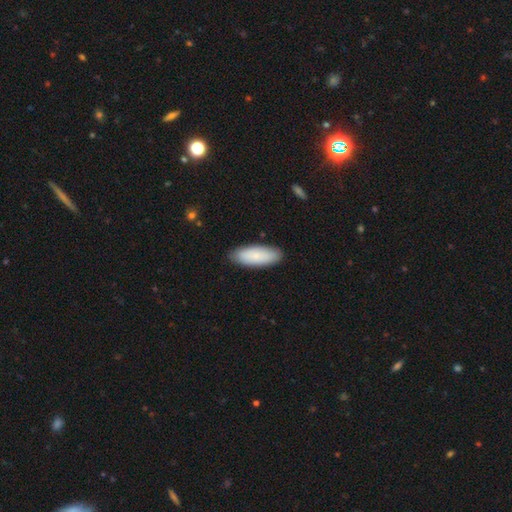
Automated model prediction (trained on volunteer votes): smooth_or_featured: smooth (p=0.83) [alt: featured or disk p=0.11]
how_rounded: in between (p=0.72) [alt: cigar-shaped p=0.26]
merging: none (p=0.87) [alt: minor disturbance p=0.10]